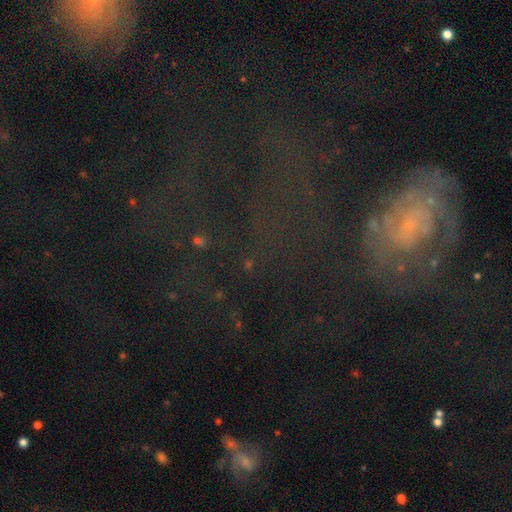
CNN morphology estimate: Smooth or featured?
  - featured or disk: 40% *
  - star or artifact: 38%
  - smooth: 21%
Merging?
  - none: 55% *
  - major disturbance: 20%
  - minor disturbance: 17%
  - merger: 8%